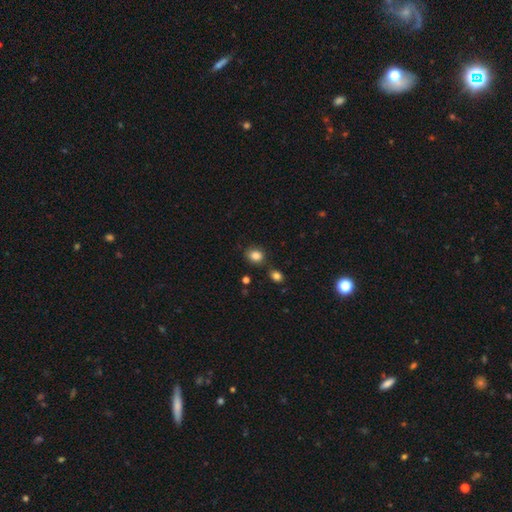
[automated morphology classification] A smooth galaxy with no disk features (84%) that is round (56%).

Vote fractions:
- Smooth or featured? smooth: 84% / star or artifact: 11% / featured or disk: 5%
- How rounded? round: 56% / in between: 43% / cigar-shaped: 1%
- Merging? none: 76% / minor disturbance: 14% / merger: 7% / major disturbance: 3%